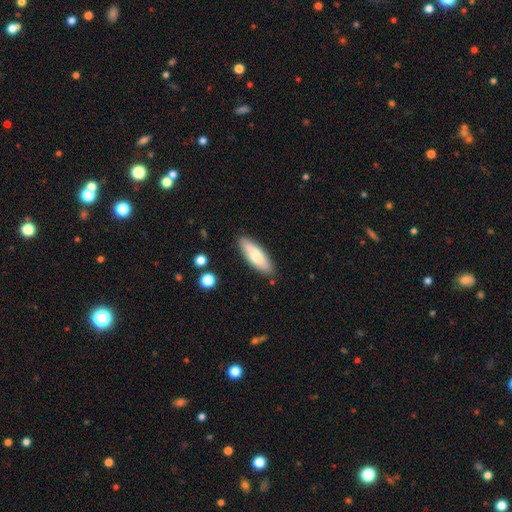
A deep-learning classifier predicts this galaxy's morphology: This is likely a smooth galaxy (77%). How rounded: possibly in between (57%). Merging: clearly none (83%).